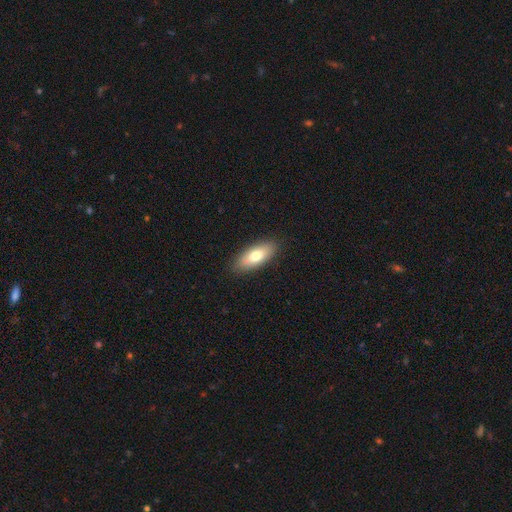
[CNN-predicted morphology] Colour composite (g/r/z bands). It shows a smooth galaxy with no disk features (73%) that is in between round and cigar-shaped (79%). Merging: none (88%).